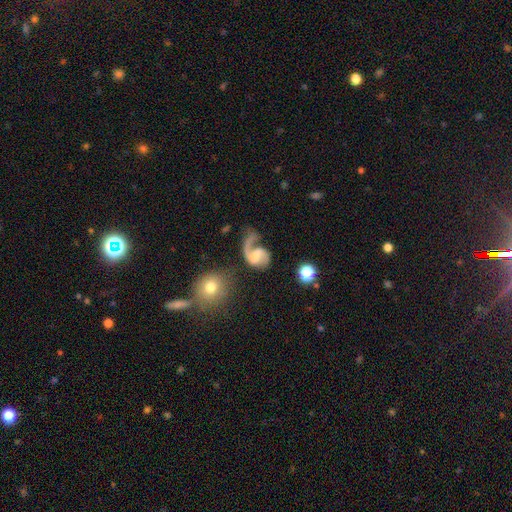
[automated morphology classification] featured or disk 84%, smooth 10%, star or artifact 6%. Down the decision tree: edge-on disk — no (98%); bar — weak (48%); spiral arms — yes (95%); spiral arm count — 2 (55%); spiral winding — loose (53%); bulge size — small (35%); merging — none (38%).